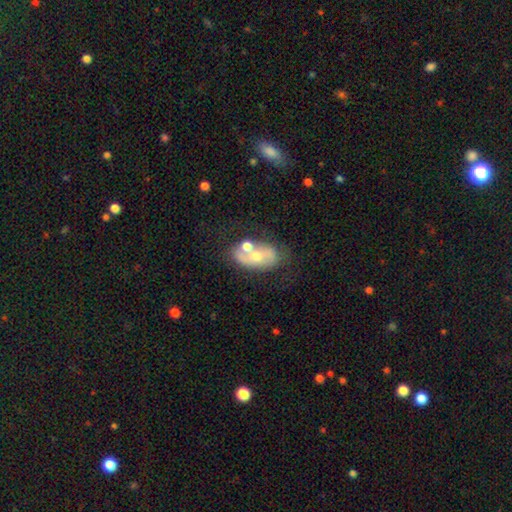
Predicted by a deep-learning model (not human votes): Smooth or featured? featured or disk (54%)
Edge-on disk? no (93%)
Merging? none (47%)